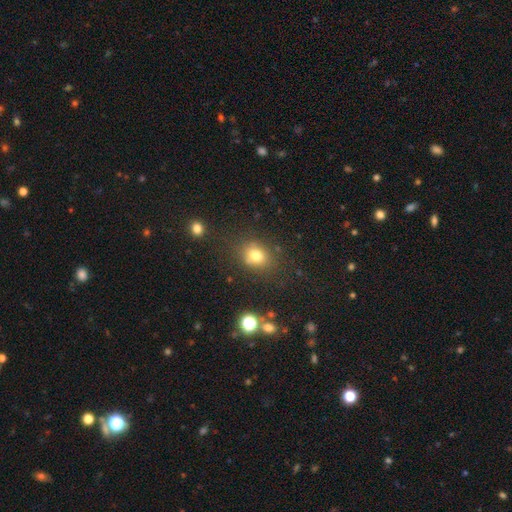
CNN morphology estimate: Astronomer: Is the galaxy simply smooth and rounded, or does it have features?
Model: smooth — 76%.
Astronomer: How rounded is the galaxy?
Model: round — 61% (runner-up: in between, 38%).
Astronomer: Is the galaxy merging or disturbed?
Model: none — 77%.